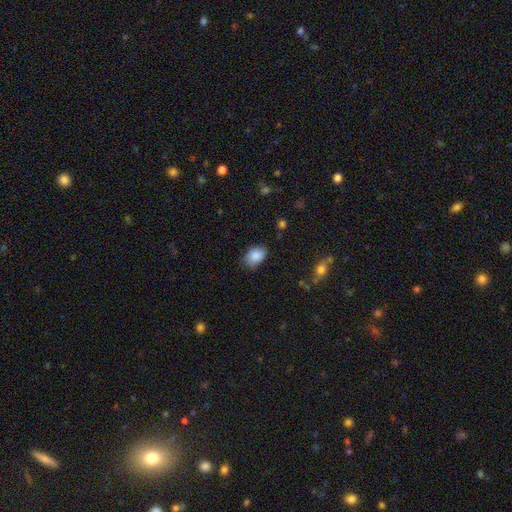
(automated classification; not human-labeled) This is clearly a smooth galaxy (86%). How rounded: clearly in between (80%). Merging: likely none (68%).